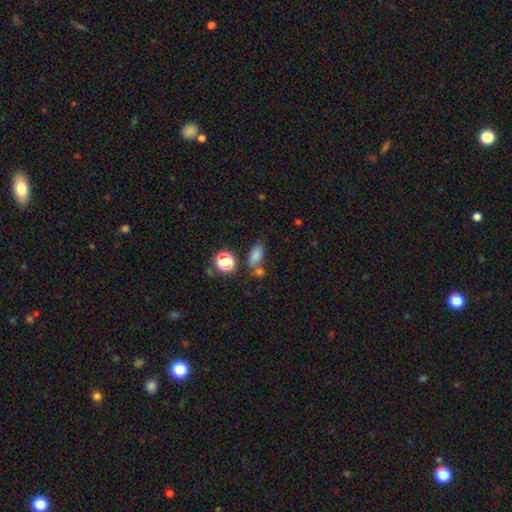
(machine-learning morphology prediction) This appears to be a smooth galaxy with no disk features (78%) that is in between round and cigar-shaped (78%). Merging: none (58%).